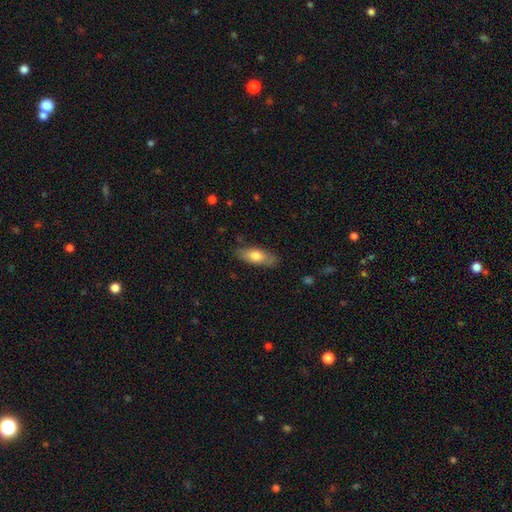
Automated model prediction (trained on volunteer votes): A smooth galaxy with no disk features (72%) that is in between round and cigar-shaped (75%). Merging: none (78%).